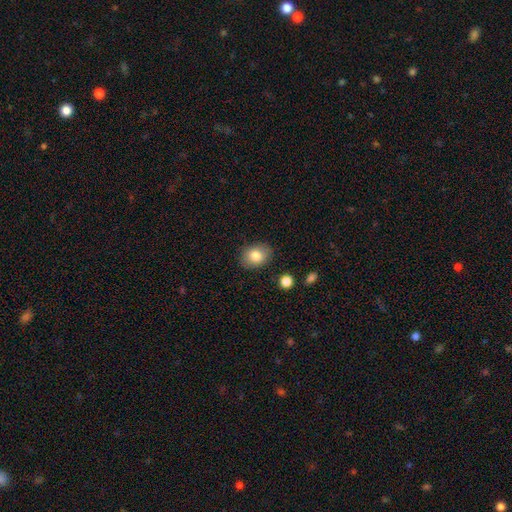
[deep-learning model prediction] A smooth galaxy with no disk features (82%) that is in between round and cigar-shaped (66%). Merging: none (85%).